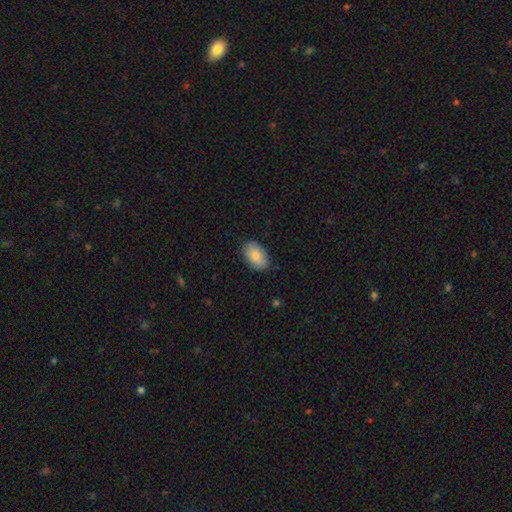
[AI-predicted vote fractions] smooth 86%, featured or disk 8%, star or artifact 6%. Down the decision tree: how rounded — in between (92%); merging — none (84%).